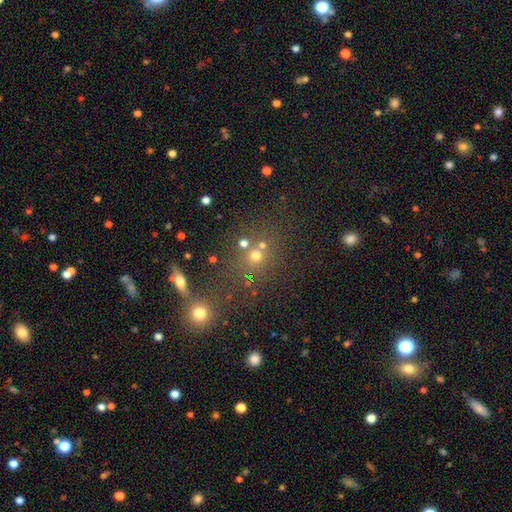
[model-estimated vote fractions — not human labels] Overall: smooth (63%; star or artifact 25%). How rounded: round (83%). Merging: none (62%; merger 24%).